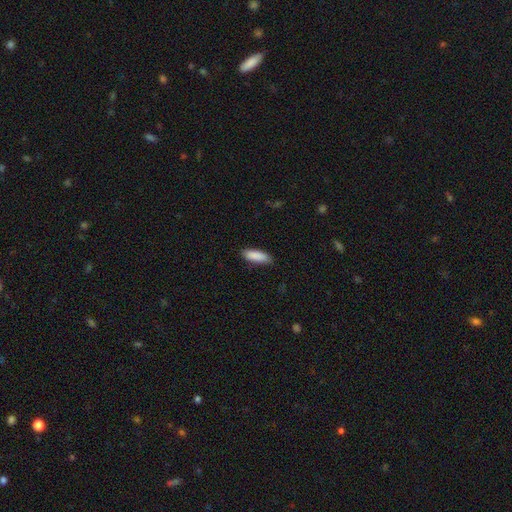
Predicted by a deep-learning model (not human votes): smooth-or-featured: smooth: 89% | star or artifact: 6% | featured or disk: 5%
  how-rounded: in between: 60% | cigar-shaped: 39% | round: 2%
  merging: none: 81% | minor disturbance: 16% | major disturbance: 2% | merger: 1%